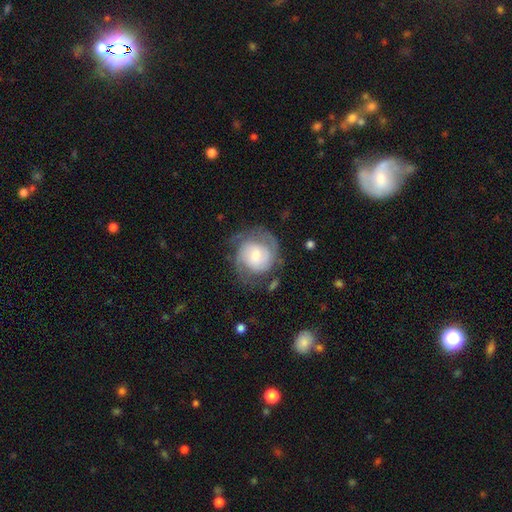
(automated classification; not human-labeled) smooth-or-featured: featured or disk: 73% | smooth: 21% | star or artifact: 6%
  disk-edge-on: no: 98% | yes: 2%
    bar: no: 61% | weak: 32% | strong: 7%
    has-spiral-arms: yes: 92% | no: 8%
      spiral-winding: tight: 53% | medium: 36% | loose: 11%
      spiral-arm-count: 2: 61% | can't tell: 19% | 3: 10% | 1: 4% | 4: 3% | more than 4: 3%
    bulge-size: moderate: 55% | small: 32% | large: 10% | none: 2% | dominant: 2%
  merging: none: 65% | minor disturbance: 20% | major disturbance: 13% | merger: 2%